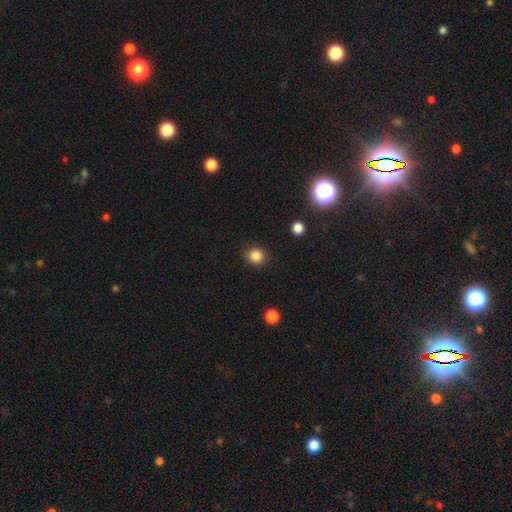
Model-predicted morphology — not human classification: Smooth or featured? Predicted: smooth (p=0.85). How rounded? Predicted: round (p=0.91). Merging? Predicted: none (p=0.89).